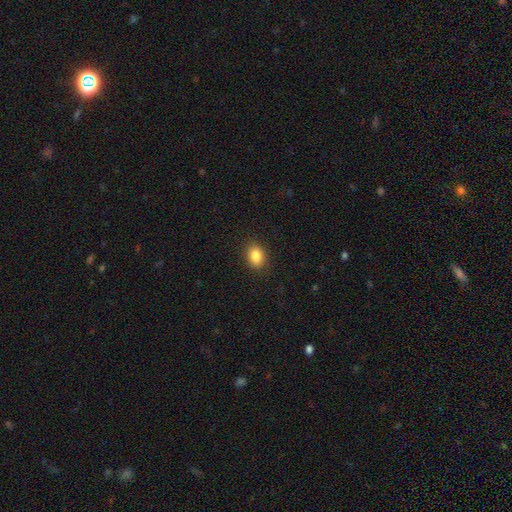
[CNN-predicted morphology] Overall: smooth (86%). How rounded: in between (75%). Merging: none (88%).